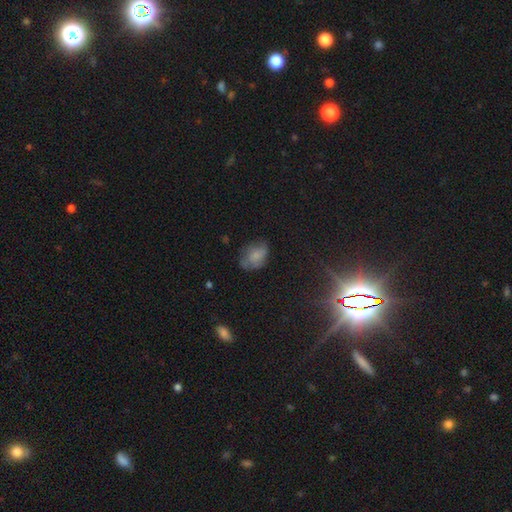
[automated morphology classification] Smooth or featured? smooth (68%)
How rounded? in between (76%)
Merging? none (54%)